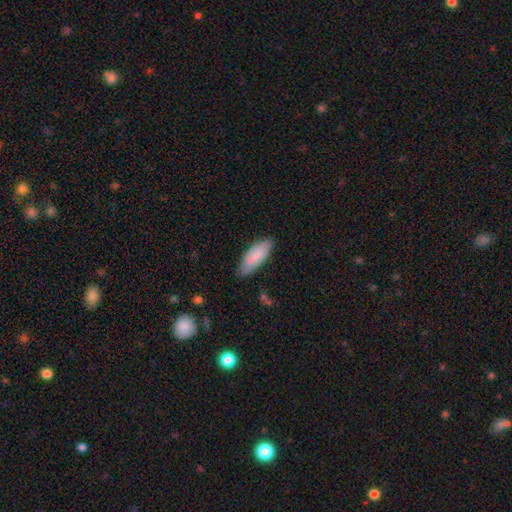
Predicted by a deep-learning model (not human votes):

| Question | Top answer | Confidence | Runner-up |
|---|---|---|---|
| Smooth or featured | smooth | 81% | featured or disk (13%) |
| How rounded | in between | 69% | cigar-shaped (29%) |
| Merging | none | 76% | minor disturbance (19%) |